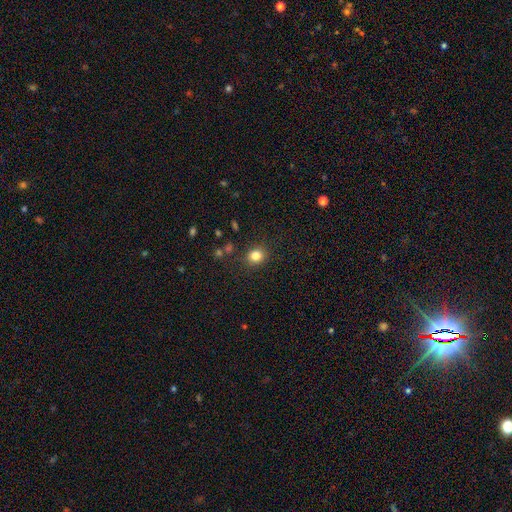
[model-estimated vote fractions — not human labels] Smooth or featured?
  - smooth: 82% *
  - star or artifact: 12%
  - featured or disk: 6%
How rounded?
  - round: 80% *
  - in between: 20%
  - cigar-shaped: 1%
Merging?
  - none: 86% *
  - minor disturbance: 9%
  - major disturbance: 3%
  - merger: 2%